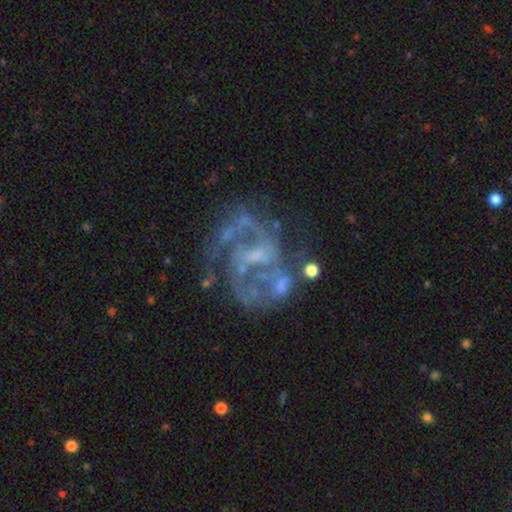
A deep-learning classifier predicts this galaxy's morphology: smooth_or_featured: featured or disk (p=0.82) [alt: star or artifact p=0.11]
disk_edge_on: no (p=0.98) [alt: yes p=0.02]
bar: weak (p=0.45) [alt: no p=0.39]
has_spiral_arms: yes (p=0.81) [alt: no p=0.19]
spiral_winding: medium (p=0.49) [alt: tight p=0.27]
spiral_arm_count: 2 (p=0.52) [alt: can't tell p=0.23]
bulge_size: small (p=0.49) [alt: none p=0.31]
merging: none (p=0.54) [alt: major disturbance p=0.20]